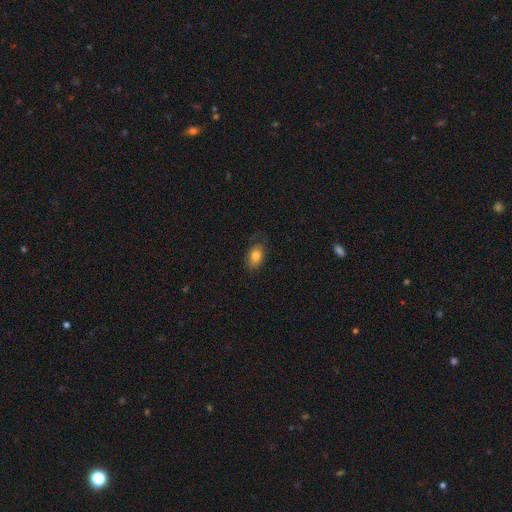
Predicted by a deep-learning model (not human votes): Smooth or featured?
  - smooth: 77% *
  - featured or disk: 14%
  - star or artifact: 9%
How rounded?
  - in between: 83% *
  - round: 15%
  - cigar-shaped: 2%
Merging?
  - none: 69% *
  - minor disturbance: 21%
  - major disturbance: 9%
  - merger: 1%